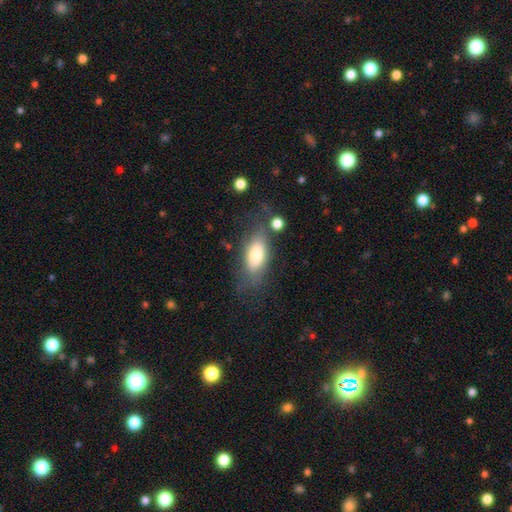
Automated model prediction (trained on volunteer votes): Q: Smooth or featured?
A: smooth (73%); runner-up: featured or disk (19%)
Q: How rounded?
A: in between (83%); runner-up: cigar-shaped (13%)
Q: Merging?
A: none (60%); runner-up: minor disturbance (21%)